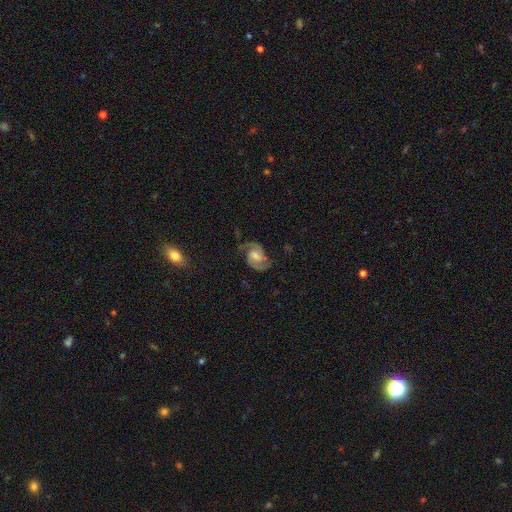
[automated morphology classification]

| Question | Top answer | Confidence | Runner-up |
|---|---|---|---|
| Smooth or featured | featured or disk | 87% | smooth (7%) |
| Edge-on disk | no | 98% | yes (2%) |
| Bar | no | 48% | weak (43%) |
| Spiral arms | yes | 97% | no (3%) |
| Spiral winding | medium | 55% | tight (23%) |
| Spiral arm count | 2 | 92% | can't tell (3%) |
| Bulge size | moderate | 49% | small (32%) |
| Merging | none | 71% | minor disturbance (18%) |